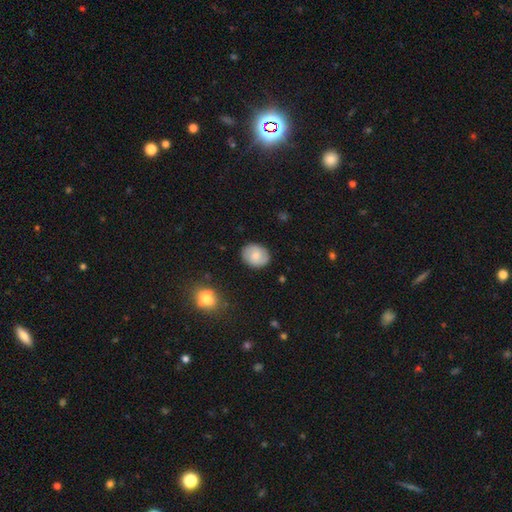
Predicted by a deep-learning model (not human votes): Smooth or featured?
  - smooth: 69% *
  - featured or disk: 23%
  - star or artifact: 7%
How rounded?
  - round: 55% *
  - in between: 44%
  - cigar-shaped: 1%
Merging?
  - none: 86% *
  - minor disturbance: 11%
  - major disturbance: 2%
  - merger: 1%